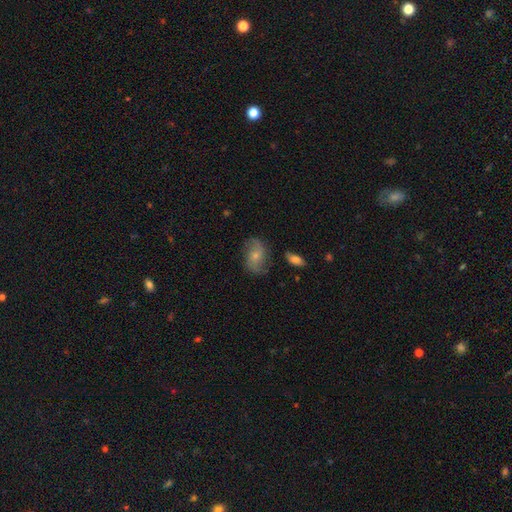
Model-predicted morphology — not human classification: A featured or disk galaxy (57%) with no bar (65%), spiral arms (85%) and a small central bulge (60%).

Vote fractions:
- Smooth or featured? featured or disk: 57% / smooth: 35% / star or artifact: 8%
- Edge-on disk? no: 96% / yes: 4%
- Bar? no: 65% / weak: 28% / strong: 7%
- Spiral arms? yes: 85% / no: 15%
- Bulge size? small: 60% / moderate: 33% / none: 4% / large: 2% / dominant: 1%
- Merging? none: 70% / minor disturbance: 20% / major disturbance: 8% / merger: 3%